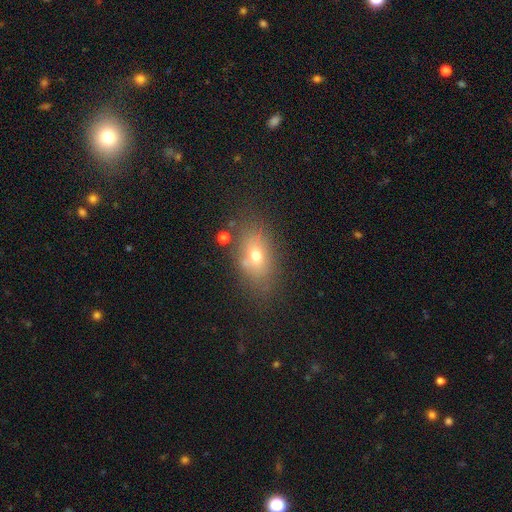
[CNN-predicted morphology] The model was most divided on "smooth or featured": smooth: 63%, featured or disk: 22%, star or artifact: 15%. More confident: how rounded — in between (77%); merging — none (70%).